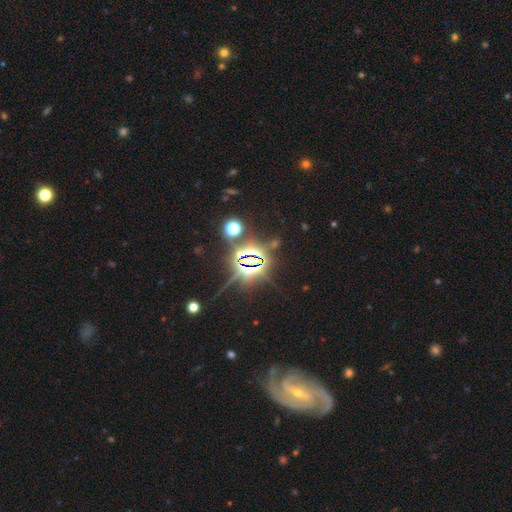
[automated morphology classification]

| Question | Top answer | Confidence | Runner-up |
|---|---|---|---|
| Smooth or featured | star or artifact | 69% | featured or disk (19%) |